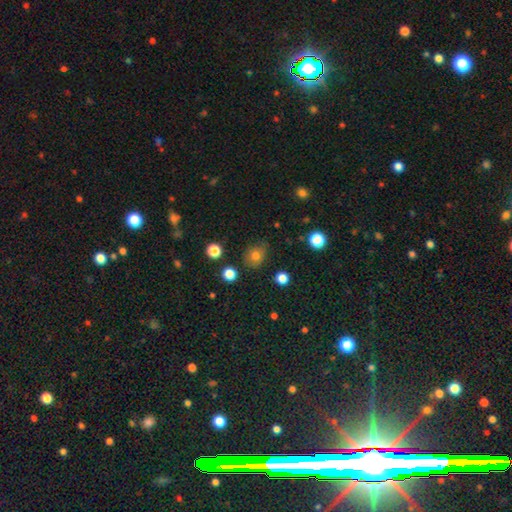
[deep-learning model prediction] This appears to be a smooth galaxy with no disk features (77%) that is round (61%). Merging: none (79%).